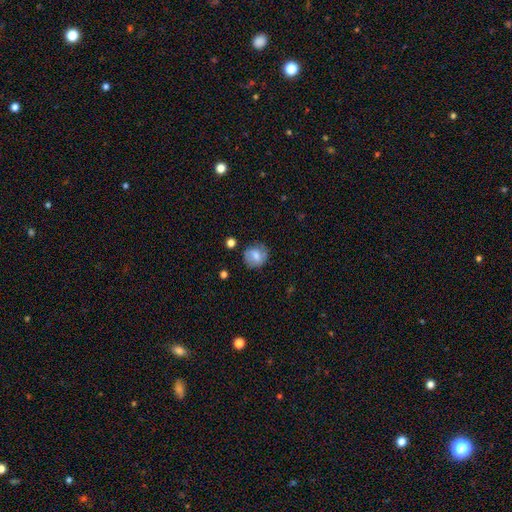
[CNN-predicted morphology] Smooth or featured: smooth — 66% (featured or disk — 25%)
How rounded: round — 78% (in between — 21%)
Merging: none — 72% (minor disturbance — 19%)